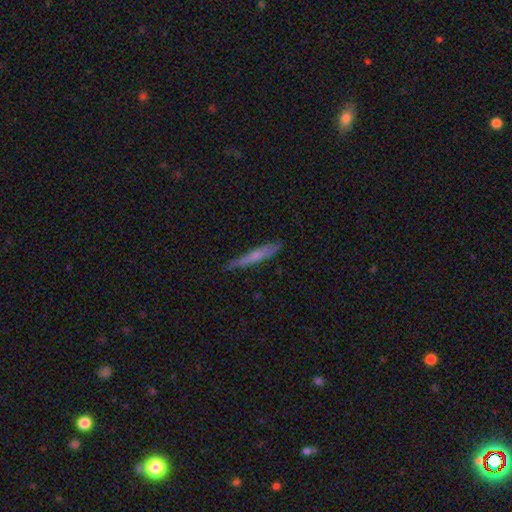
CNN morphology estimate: A smooth galaxy with no disk features (60%) that is cigar-shaped (94%).

Vote fractions:
- Smooth or featured? smooth: 60% / featured or disk: 33% / star or artifact: 6%
- How rounded? cigar-shaped: 94% / in between: 4% / round: 2%
- Merging? none: 82% / minor disturbance: 15% / major disturbance: 2% / merger: 1%